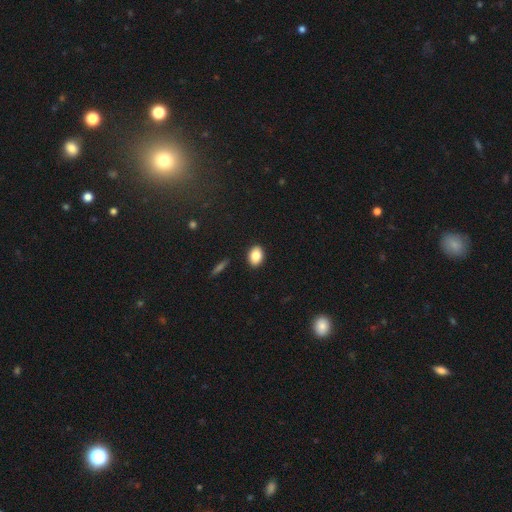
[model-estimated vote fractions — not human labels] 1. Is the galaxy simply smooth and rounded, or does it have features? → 85% smooth, 8% star or artifact, 7% featured or disk.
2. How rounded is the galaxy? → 76% in between, 23% round, 2% cigar-shaped.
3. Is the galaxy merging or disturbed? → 90% none, 7% minor disturbance, 2% major disturbance, 1% merger.